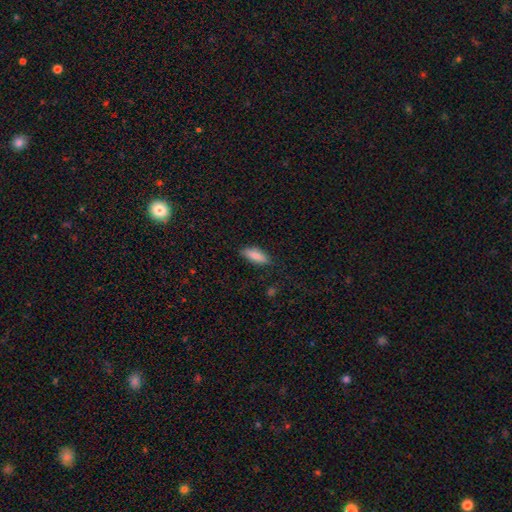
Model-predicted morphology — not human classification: smooth 85%, featured or disk 8%, star or artifact 6%. Down the decision tree: how rounded — in between (71%); merging — none (83%).